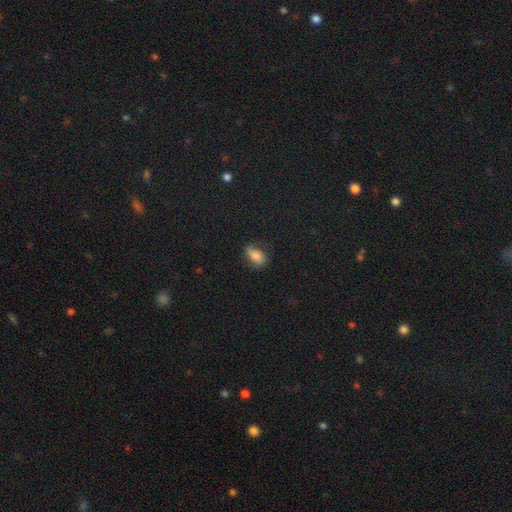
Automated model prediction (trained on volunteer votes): The model was most divided on "merging": none: 69%, minor disturbance: 23%, major disturbance: 6%, merger: 1%. More confident: how rounded — in between (88%); smooth or featured — smooth (76%).